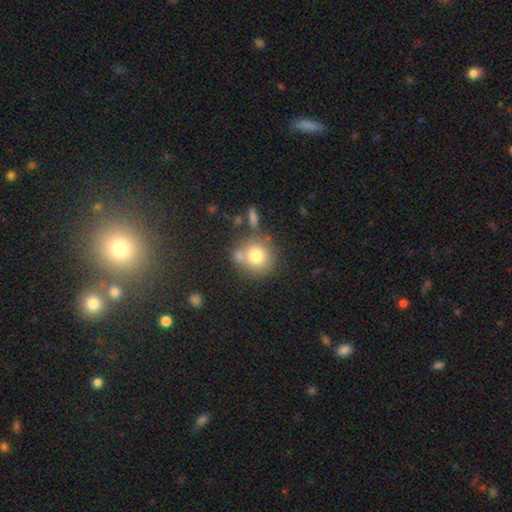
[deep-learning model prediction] smooth 77%, featured or disk 13%, star or artifact 10%. Down the decision tree: how rounded — round (87%); merging — none (59%).